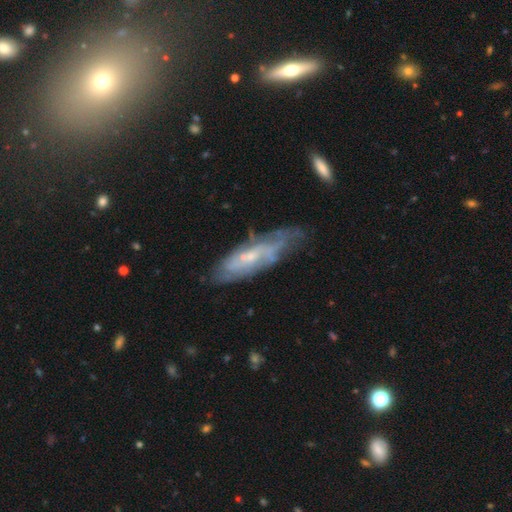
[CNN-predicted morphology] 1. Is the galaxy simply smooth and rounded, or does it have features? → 67% featured or disk, 24% smooth, 9% star or artifact.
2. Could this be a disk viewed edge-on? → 71% no, 29% yes.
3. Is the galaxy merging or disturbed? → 64% none, 25% minor disturbance, 9% major disturbance, 3% merger.